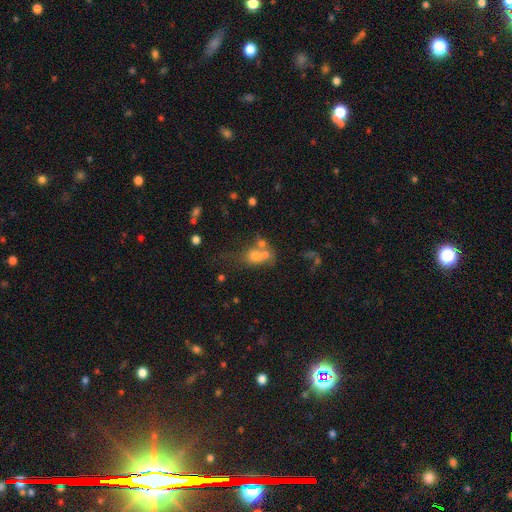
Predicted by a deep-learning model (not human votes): smooth_or_featured: smooth (p=0.65) [alt: featured or disk p=0.18]
how_rounded: round (p=0.53) [alt: in between p=0.45]
merging: merger (p=0.46) [alt: none p=0.30]